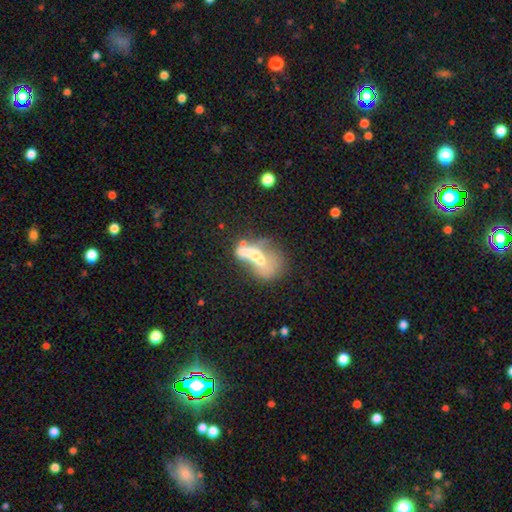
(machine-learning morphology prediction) type=featured or disk (47%); merging=merger (55%).